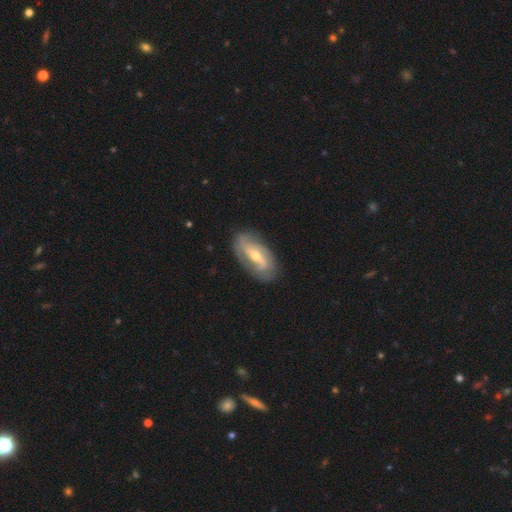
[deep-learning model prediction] A featured or disk galaxy (81%) with a weak bar (41%), 2 (78%) medium (40%) spiral arms (90%) and a moderate central bulge (53%). Merging: none (81%).